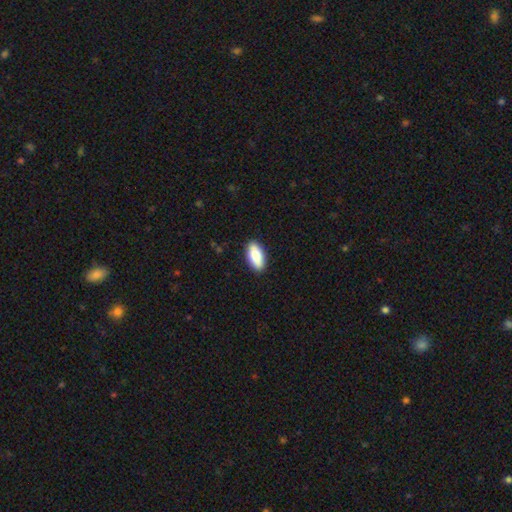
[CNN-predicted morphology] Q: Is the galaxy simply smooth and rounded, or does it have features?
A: smooth — 83%.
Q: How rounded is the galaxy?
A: in between — 87%.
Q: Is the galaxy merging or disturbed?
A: none — 89%.